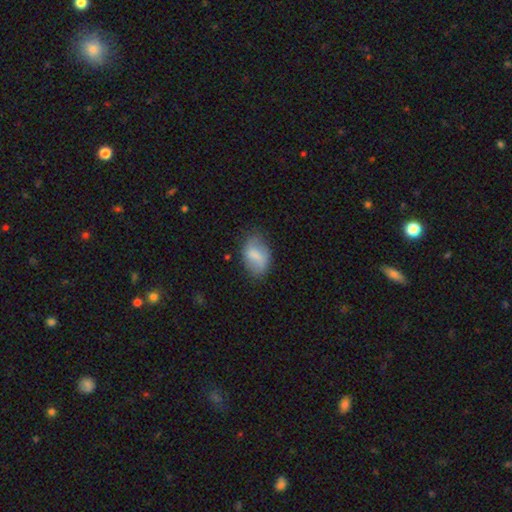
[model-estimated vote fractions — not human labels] smooth 67%, featured or disk 26%, star or artifact 7%. Down the decision tree: how rounded — in between (86%); merging — none (65%).